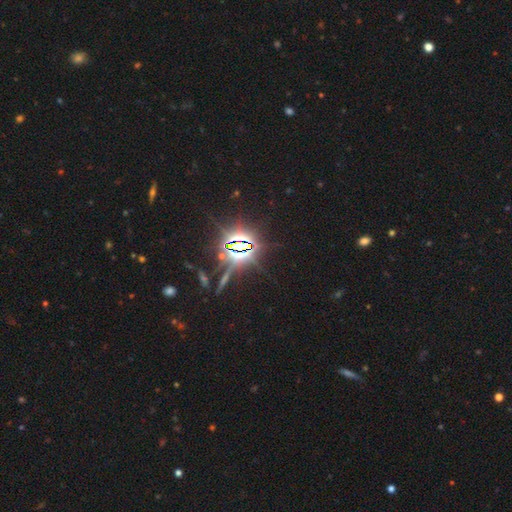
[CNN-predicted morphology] Overall: star or artifact (83%).